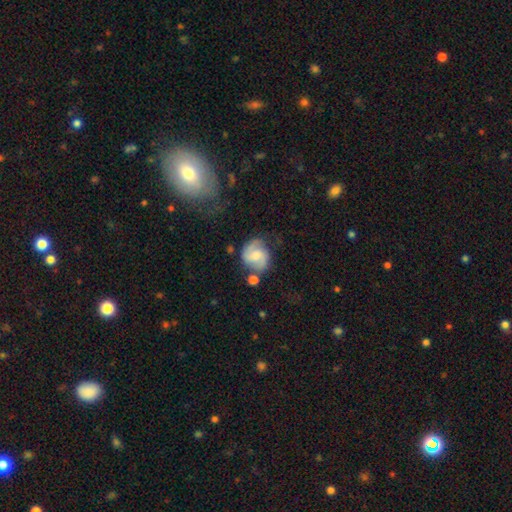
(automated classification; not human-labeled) Smooth or featured: featured or disk — 67% (smooth — 26%)
Edge-on disk: no — 98% (yes — 2%)
Bar: no — 46% (weak — 44%)
Spiral arms: yes — 92% (no — 8%)
Spiral winding: medium — 50% (loose — 26%)
Spiral arm count: 2 — 86% (can't tell — 7%)
Bulge size: moderate — 43% (small — 40%)
Merging: none — 63% (minor disturbance — 20%)